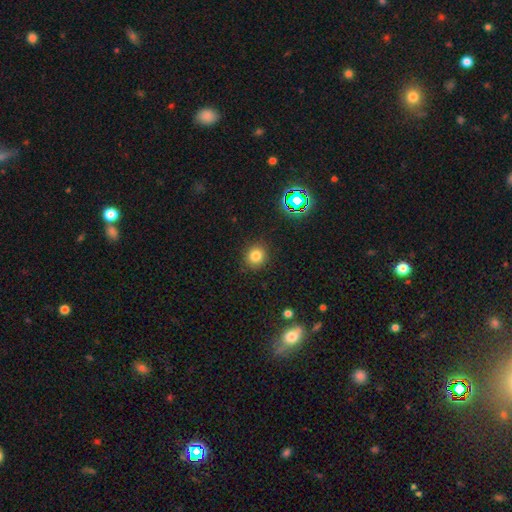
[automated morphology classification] Smooth or featured? Predicted: smooth (p=0.79). How rounded? Predicted: round (p=0.86). Merging? Predicted: none (p=0.89).